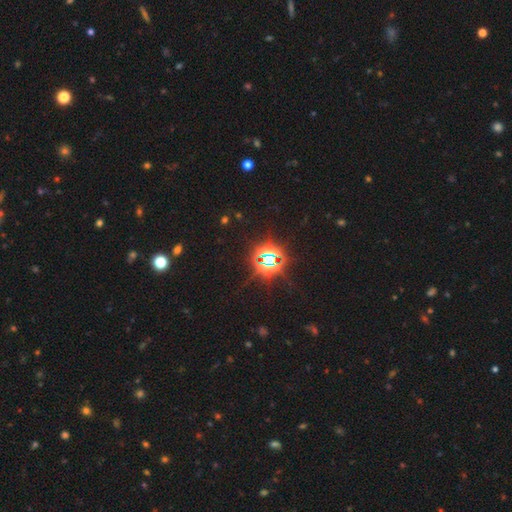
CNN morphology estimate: type=star or artifact (82%).